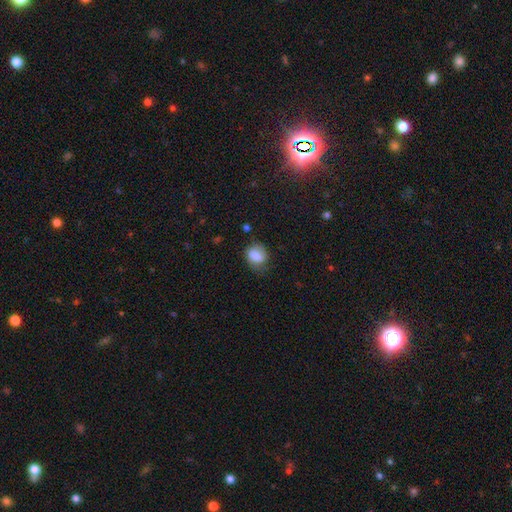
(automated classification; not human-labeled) This is likely a smooth galaxy (79%). How rounded: possibly in between (55%). Merging: likely none (61%).